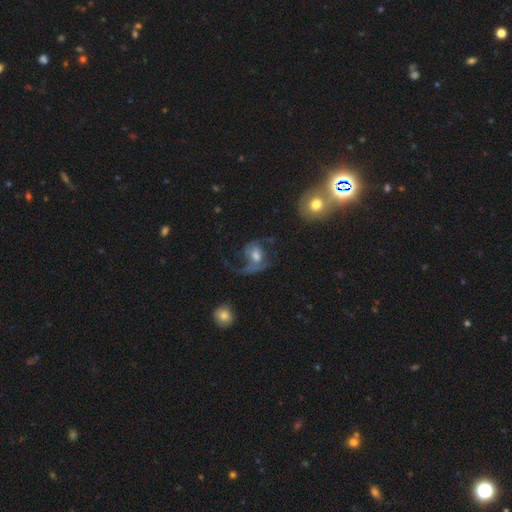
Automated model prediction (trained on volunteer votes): Smooth or featured? featured or disk (67%)
Edge-on disk? no (97%)
Bar? no (65%)
Spiral arms? yes (83%)
Spiral winding? loose (57%)
Spiral arm count? 2 (45%)
Bulge size? moderate (57%)
Merging? major disturbance (48%)